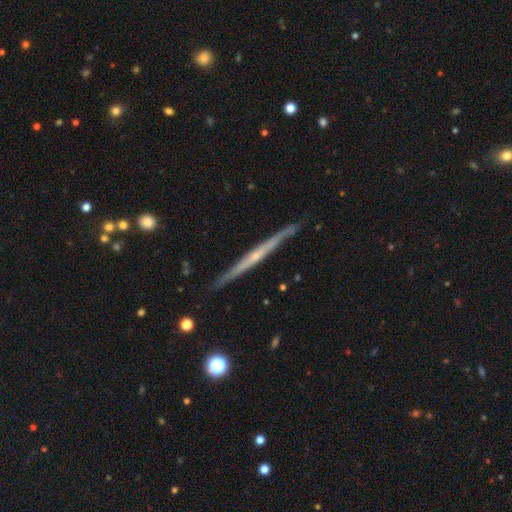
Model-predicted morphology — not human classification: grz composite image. It shows a featured or disk galaxy (75%) viewed edge-on (97%) with no central bulge (56%). Merging: none (88%).